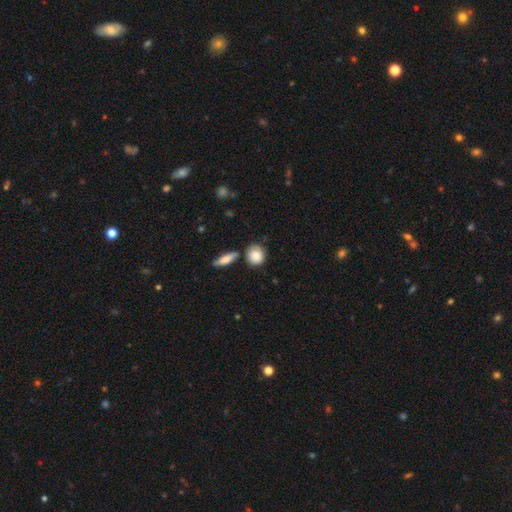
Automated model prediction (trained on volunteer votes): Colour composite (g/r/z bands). It shows a smooth galaxy with no disk features (85%) that is round (75%). Merging: none (68%).